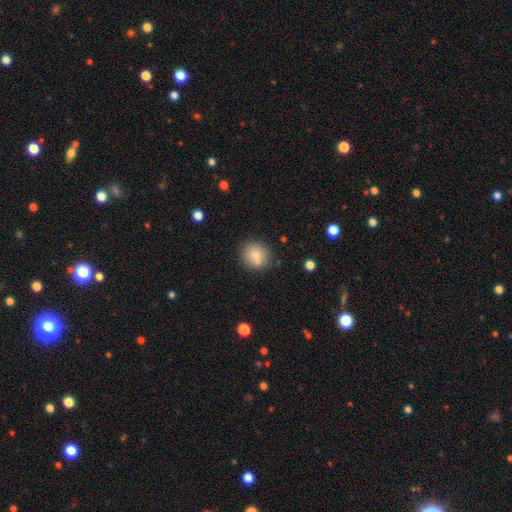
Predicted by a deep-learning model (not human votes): The model was most divided on "merging": none: 69%, merger: 17%, minor disturbance: 10%, major disturbance: 3%. More confident: how rounded — round (89%); smooth or featured — smooth (76%).